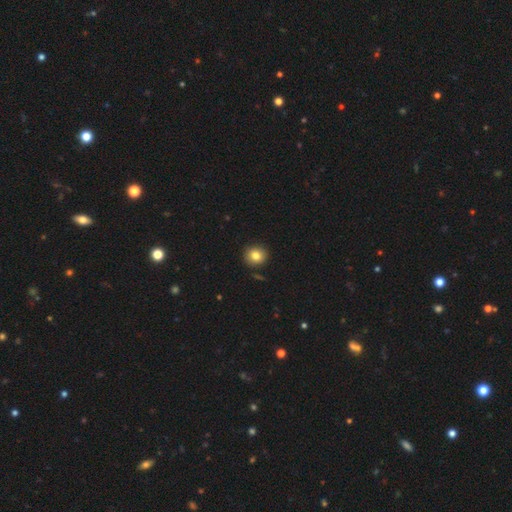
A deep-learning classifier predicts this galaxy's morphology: Overall: smooth (82%). How rounded: round (86%). Merging: none (90%).